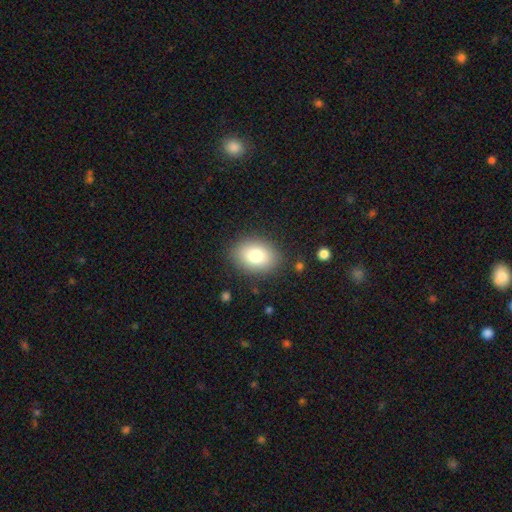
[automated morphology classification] Smooth or featured? Predicted: smooth (p=0.81). How rounded? Predicted: in between (p=0.72). Merging? Predicted: none (p=0.86).